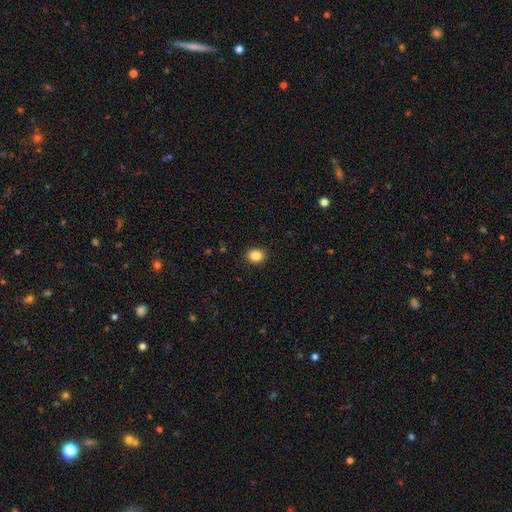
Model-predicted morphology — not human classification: This appears to be a smooth galaxy with no disk features (86%) that is round (55%). Merging: none (91%).